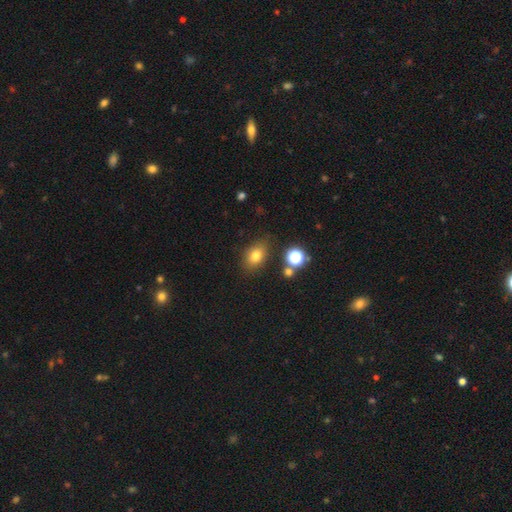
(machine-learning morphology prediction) smooth-or-featured: smooth: 78% | star or artifact: 13% | featured or disk: 9%
  how-rounded: in between: 74% | round: 25% | cigar-shaped: 2%
  merging: none: 80% | minor disturbance: 12% | merger: 4% | major disturbance: 4%